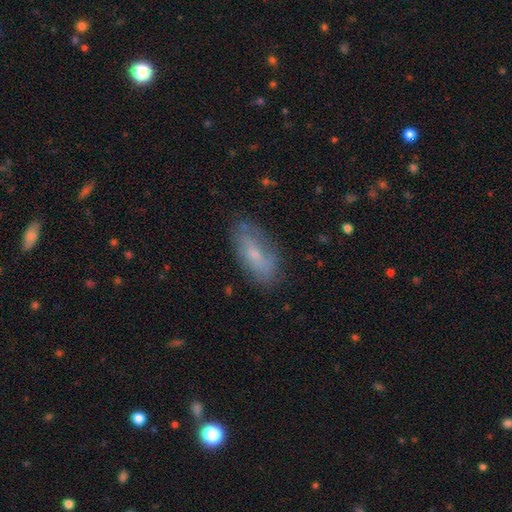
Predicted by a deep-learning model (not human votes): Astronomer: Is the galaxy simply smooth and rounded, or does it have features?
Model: smooth — 57% (runner-up: featured or disk, 35%).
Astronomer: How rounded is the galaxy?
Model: in between — 81%.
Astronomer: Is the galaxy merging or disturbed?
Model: none — 72%.